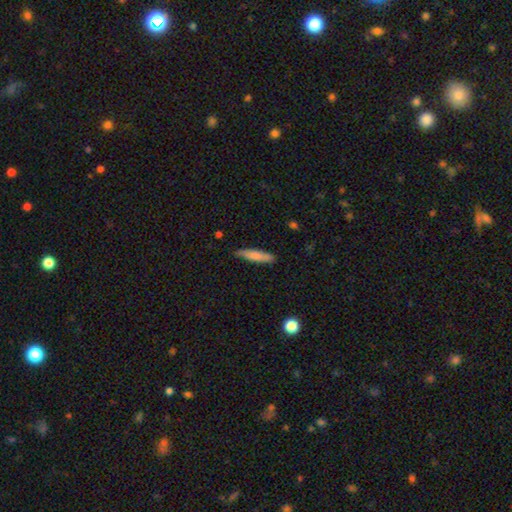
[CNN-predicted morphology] A smooth galaxy with no disk features (78%) that is cigar-shaped (84%).

Vote fractions:
- Smooth or featured? smooth: 78% / featured or disk: 16% / star or artifact: 6%
- How rounded? cigar-shaped: 84% / in between: 15% / round: 1%
- Merging? none: 81% / minor disturbance: 15% / major disturbance: 2% / merger: 1%